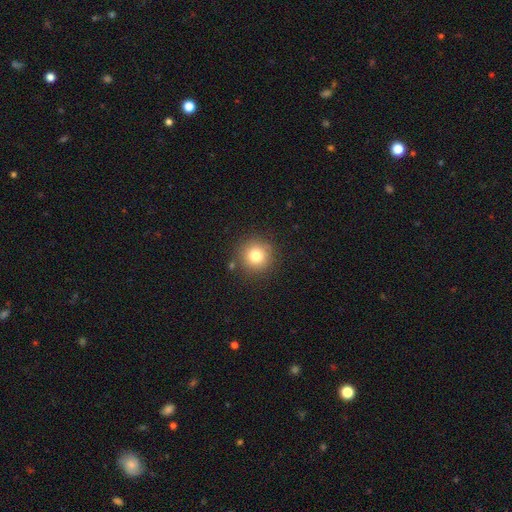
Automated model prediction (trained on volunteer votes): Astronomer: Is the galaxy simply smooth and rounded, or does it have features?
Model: smooth — 79%.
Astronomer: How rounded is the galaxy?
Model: round — 95%.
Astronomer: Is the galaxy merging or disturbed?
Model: none — 86%.